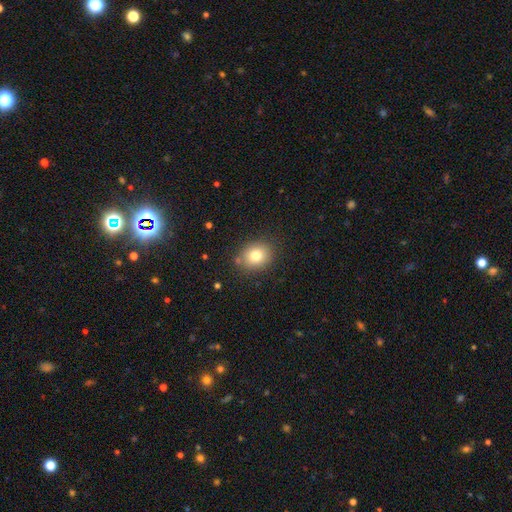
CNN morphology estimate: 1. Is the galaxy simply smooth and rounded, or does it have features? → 79% smooth, 11% star or artifact, 10% featured or disk.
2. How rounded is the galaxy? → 57% round, 43% in between, 1% cigar-shaped.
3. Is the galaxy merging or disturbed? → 83% none, 11% minor disturbance, 3% major disturbance, 3% merger.